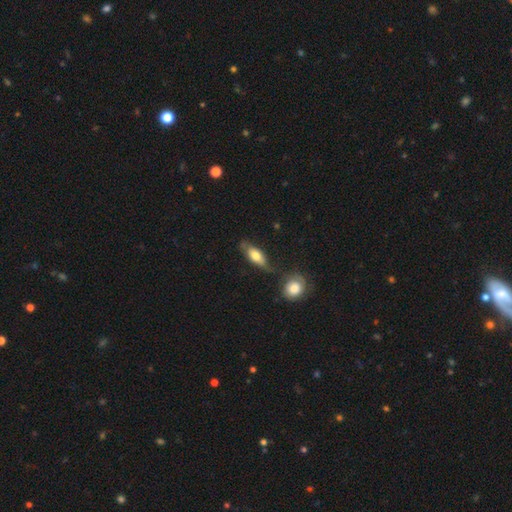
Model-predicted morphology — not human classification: A smooth galaxy with no disk features (63%) that is in between round and cigar-shaped (70%). Merging: none (59%).